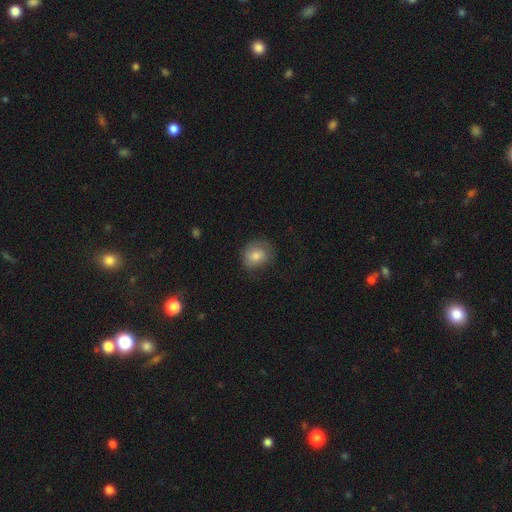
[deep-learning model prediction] This appears to be a smooth galaxy with no disk features (74%) that is round (62%). Merging: none (69%).